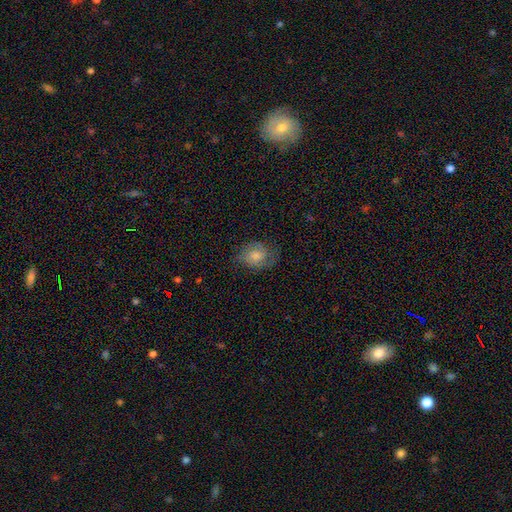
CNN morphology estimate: type=featured or disk (51%); edge-on=no (96%); merging=none (69%).